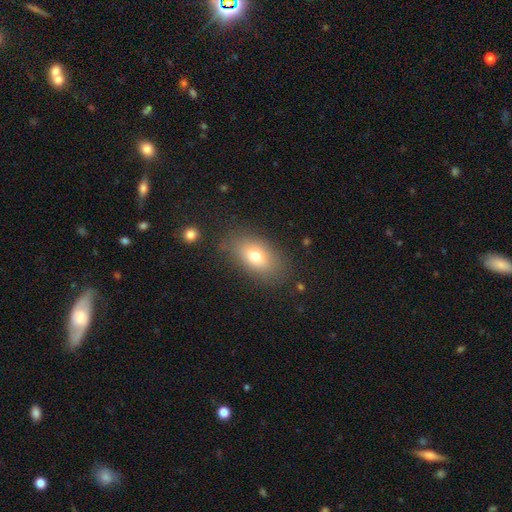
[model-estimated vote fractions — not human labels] The model was most divided on "smooth or featured": smooth: 73%, featured or disk: 16%, star or artifact: 11%. More confident: how rounded — in between (86%); merging — none (80%).